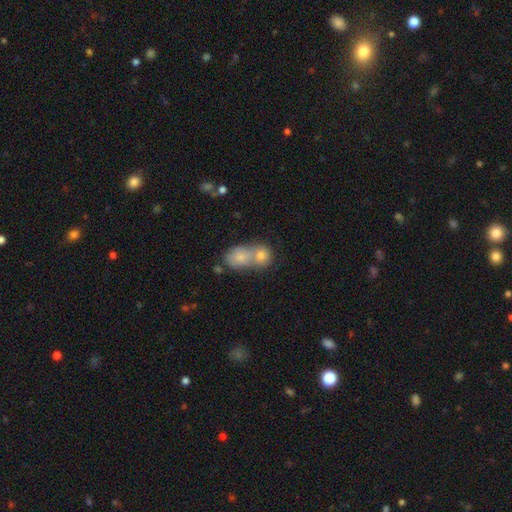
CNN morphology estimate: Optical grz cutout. It shows a smooth galaxy with no disk features (67%) that is round (61%). Merging: merger (64%).